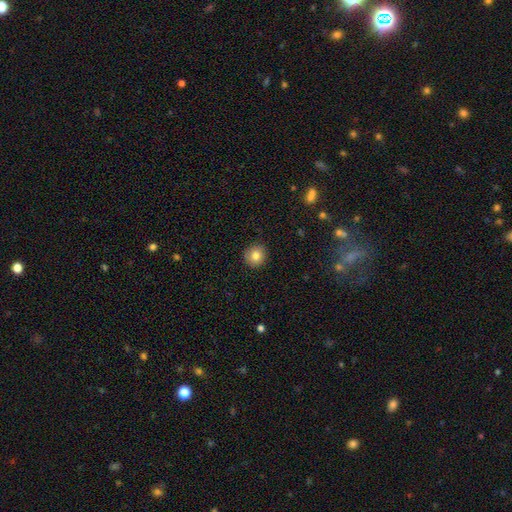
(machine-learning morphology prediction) Smooth or featured: smooth — 81% (star or artifact — 10%)
How rounded: round — 91% (in between — 8%)
Merging: none — 89% (minor disturbance — 8%)